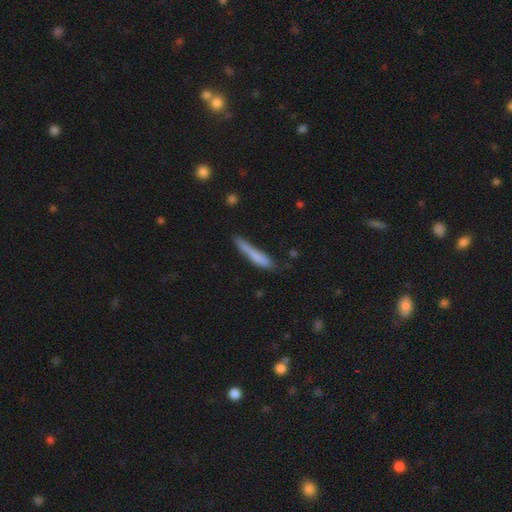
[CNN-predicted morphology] Smooth or featured?
  - smooth: 74% *
  - featured or disk: 20%
  - star or artifact: 7%
How rounded?
  - cigar-shaped: 92% *
  - in between: 6%
  - round: 1%
Merging?
  - none: 60% *
  - minor disturbance: 27%
  - major disturbance: 8%
  - merger: 5%